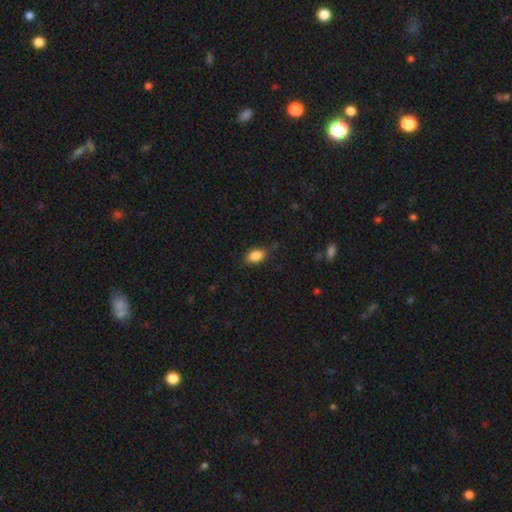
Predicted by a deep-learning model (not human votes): smooth 86%, star or artifact 8%, featured or disk 6%. Down the decision tree: how rounded — in between (88%); merging — none (79%).